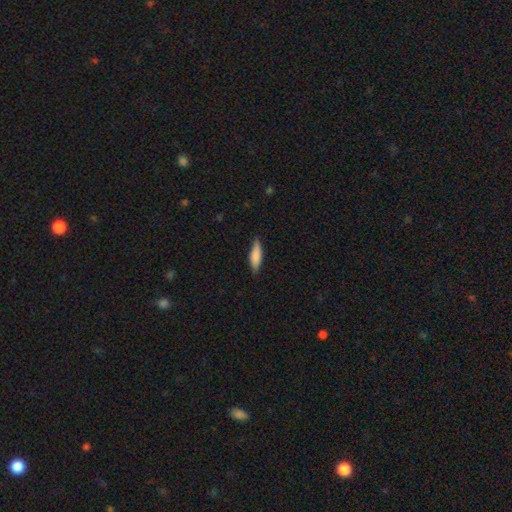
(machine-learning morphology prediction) Q: Smooth or featured?
A: smooth (79%); runner-up: featured or disk (15%)
Q: How rounded?
A: cigar-shaped (60%); runner-up: in between (39%)
Q: Merging?
A: none (81%); runner-up: minor disturbance (15%)